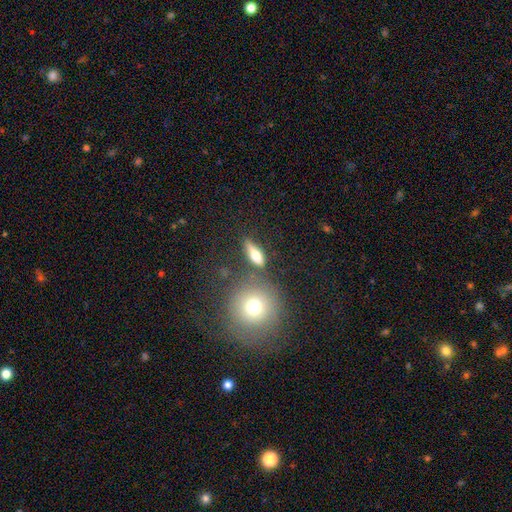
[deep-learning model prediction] Smooth or featured?
  - smooth: 59% *
  - featured or disk: 30%
  - star or artifact: 11%
How rounded?
  - in between: 49% *
  - cigar-shaped: 36%
  - round: 15%
Merging?
  - none: 70% *
  - minor disturbance: 13%
  - merger: 10%
  - major disturbance: 6%